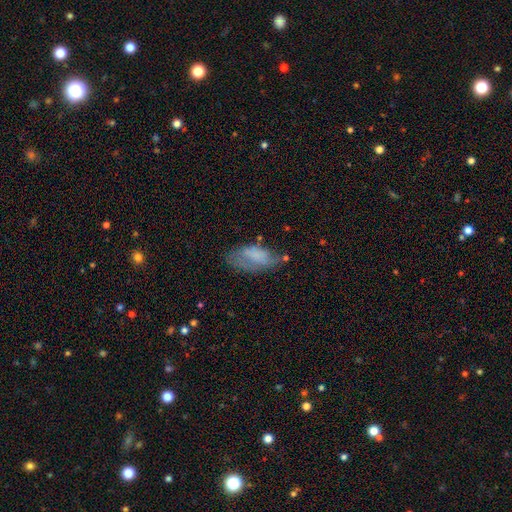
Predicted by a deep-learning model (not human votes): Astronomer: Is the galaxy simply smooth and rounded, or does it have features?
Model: smooth — 61%.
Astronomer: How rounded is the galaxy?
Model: in between — 90%.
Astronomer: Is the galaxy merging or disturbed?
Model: none — 38% (runner-up: minor disturbance, 32%).